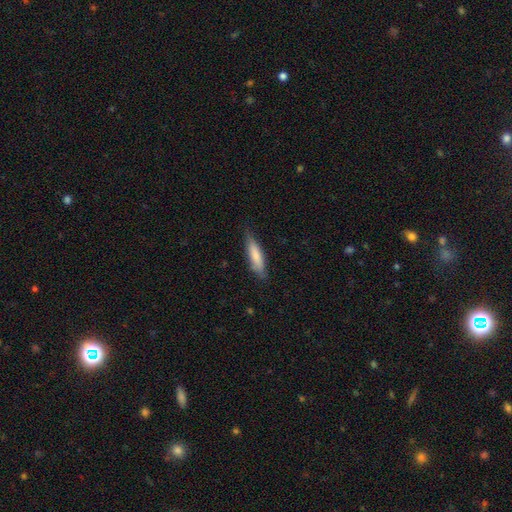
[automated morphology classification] type=smooth (77%); roundness=cigar-shaped (76%); merging=none (80%).